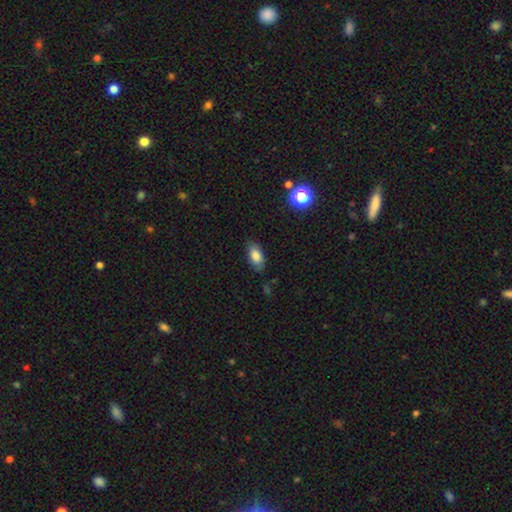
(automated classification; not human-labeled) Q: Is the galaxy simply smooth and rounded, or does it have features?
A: smooth — 82%.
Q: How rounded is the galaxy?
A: in between — 90%.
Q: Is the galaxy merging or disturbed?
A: none — 82%.